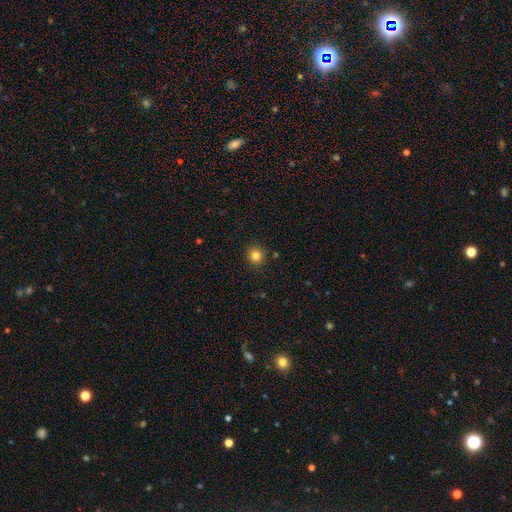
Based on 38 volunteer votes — smooth_or_featured: smooth (p=0.82) [alt: featured or disk p=0.11]
how_rounded: round (p=0.90) [alt: in between p=0.10]
merging: none (p=0.91) [alt: minor disturbance p=0.03]